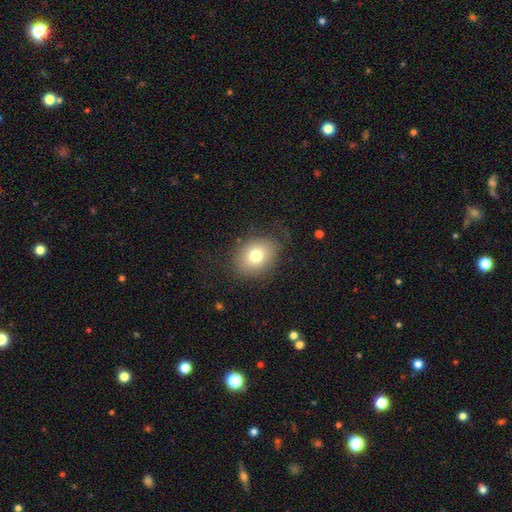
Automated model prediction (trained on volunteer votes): Smooth or featured? smooth (76%)
How rounded? in between (56%)
Merging? none (77%)